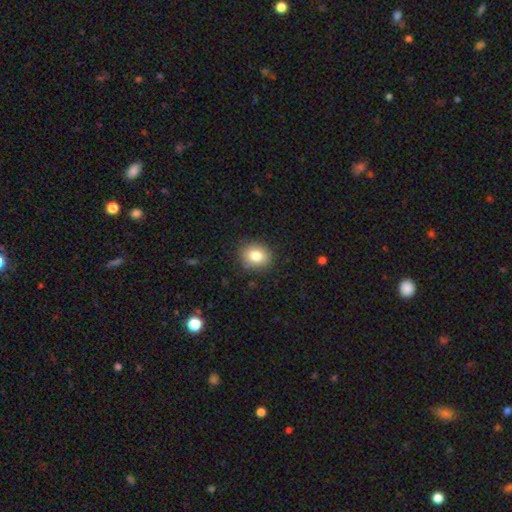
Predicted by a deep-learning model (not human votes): smooth_or_featured: smooth (p=0.82) [alt: star or artifact p=0.09]
how_rounded: round (p=0.62) [alt: in between p=0.37]
merging: none (p=0.87) [alt: minor disturbance p=0.10]